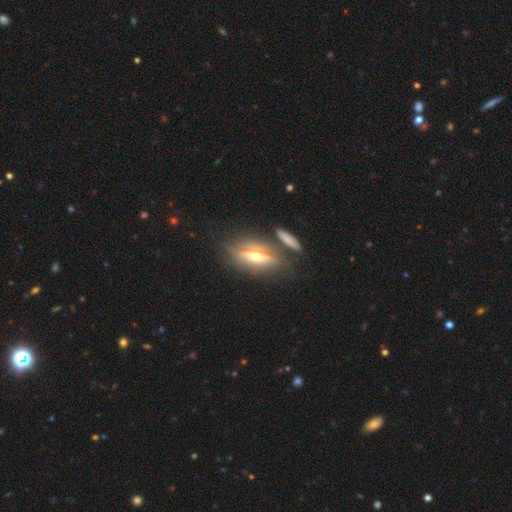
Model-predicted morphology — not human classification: The model was most divided on "smooth or featured": featured or disk: 68%, smooth: 23%, star or artifact: 9%. More confident: edge-on bulge — rounded (91%); edge-on disk — yes (82%); merging — none (68%).